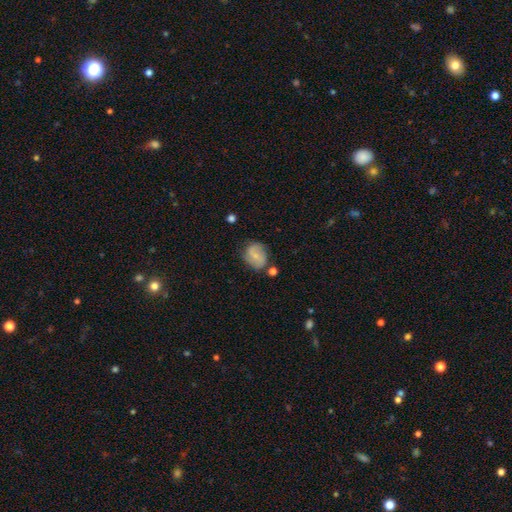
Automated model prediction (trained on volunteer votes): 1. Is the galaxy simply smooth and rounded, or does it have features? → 46% smooth (tied), 46% featured or disk (tied), 8% star or artifact.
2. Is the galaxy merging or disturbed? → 64% none, 22% minor disturbance, 7% major disturbance, 7% merger.